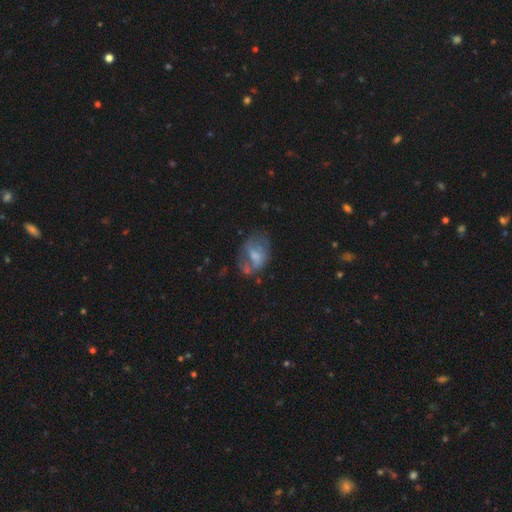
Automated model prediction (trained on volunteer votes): featured or disk 45% (tied), smooth 45% (tied), star or artifact 10%. Down the decision tree: merging — none (37%).